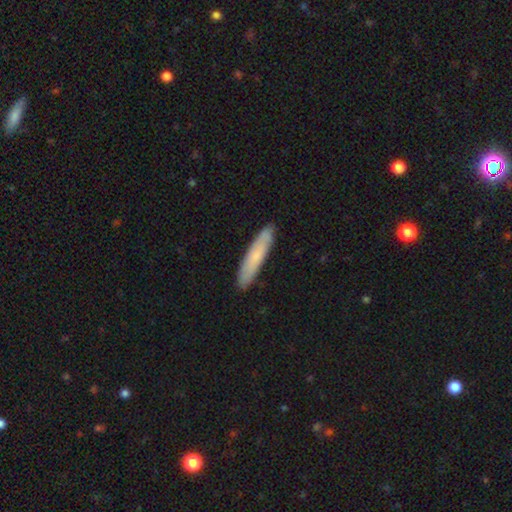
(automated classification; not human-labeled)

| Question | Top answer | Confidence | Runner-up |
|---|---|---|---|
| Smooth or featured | smooth | 66% | featured or disk (28%) |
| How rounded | cigar-shaped | 87% | in between (12%) |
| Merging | none | 89% | minor disturbance (9%) |